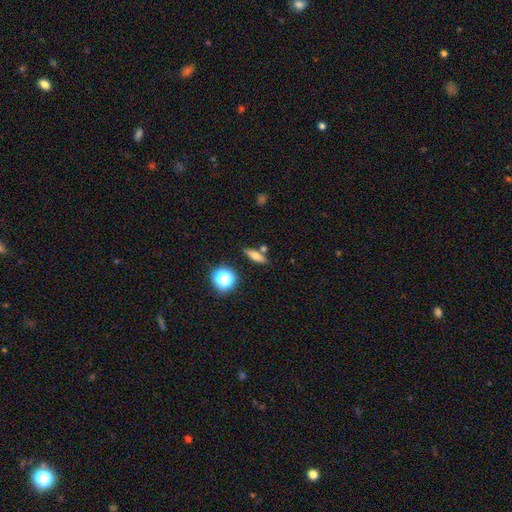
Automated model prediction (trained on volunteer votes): Q: Smooth or featured?
A: smooth (62%); runner-up: featured or disk (25%)
Q: How rounded?
A: cigar-shaped (58%); runner-up: in between (31%)
Q: Merging?
A: none (78%); runner-up: minor disturbance (10%)